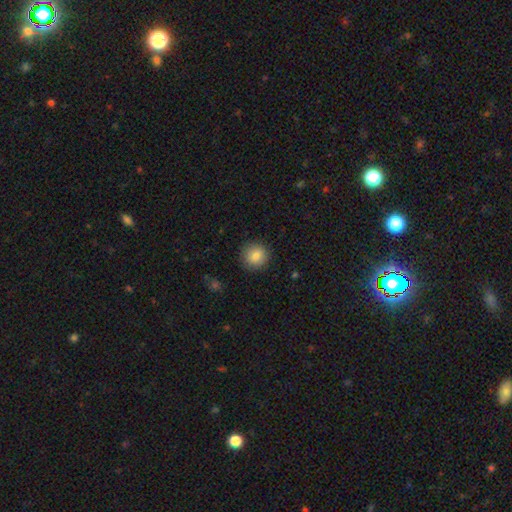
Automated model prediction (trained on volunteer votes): Overall: smooth (84%). How rounded: round (93%). Merging: none (90%).